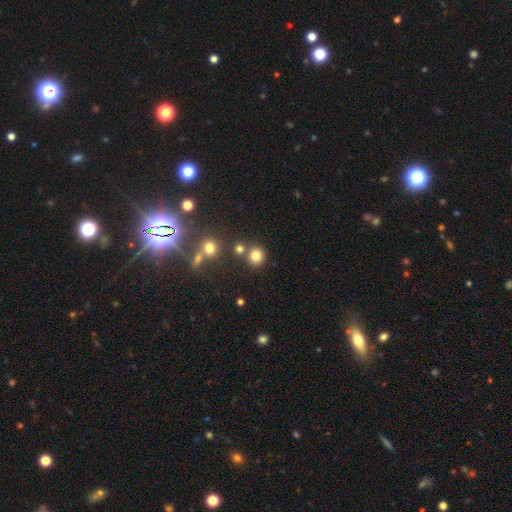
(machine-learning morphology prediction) type=smooth (80%); roundness=round (91%); merging=none (75%).